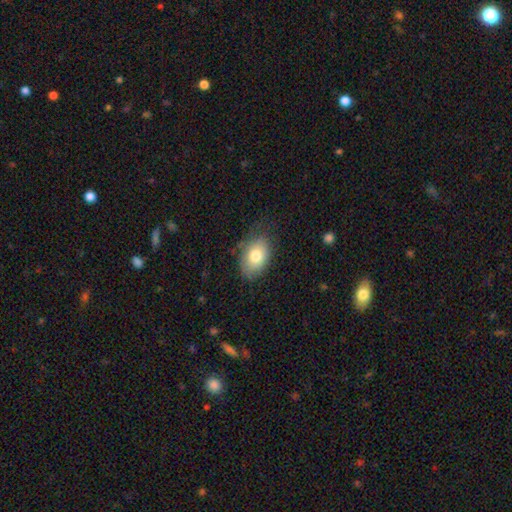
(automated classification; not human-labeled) Smooth or featured? smooth (77%)
How rounded? in between (85%)
Merging? none (68%)